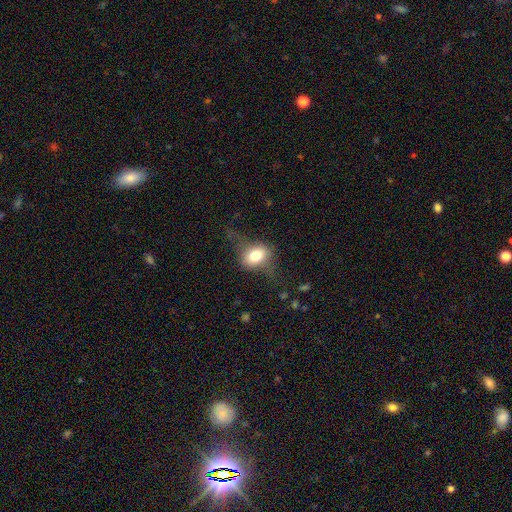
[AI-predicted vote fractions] smooth 69%, featured or disk 21%, star or artifact 10%. Down the decision tree: how rounded — in between (67%); merging — none (56%).